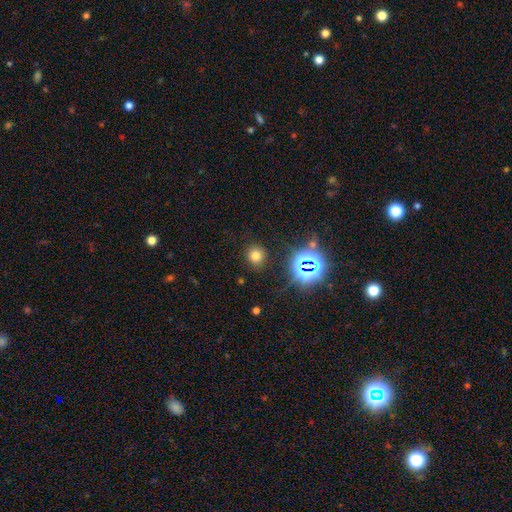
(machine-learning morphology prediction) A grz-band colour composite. It shows a smooth galaxy with no disk features (69%) that is round (90%). Merging: none (87%).